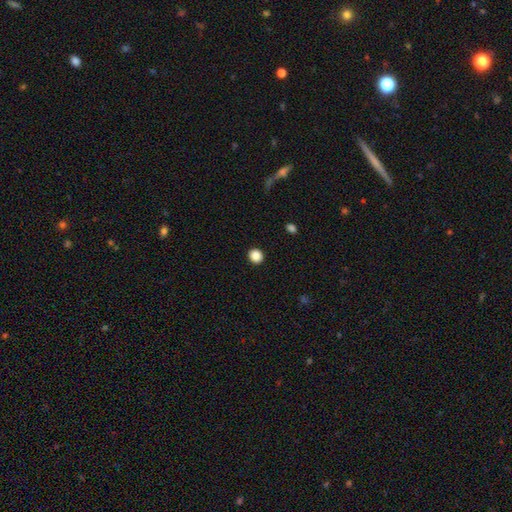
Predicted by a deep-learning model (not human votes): smooth_or_featured: smooth (p=0.87) [alt: star or artifact p=0.10]
how_rounded: round (p=0.86) [alt: in between p=0.13]
merging: none (p=0.93) [alt: minor disturbance p=0.05]